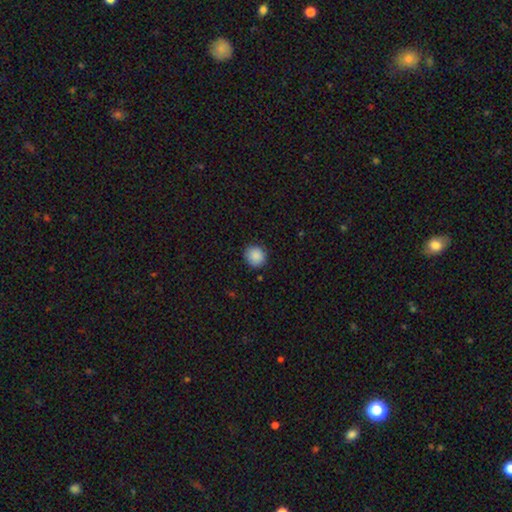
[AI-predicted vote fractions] Smooth or featured: smooth — 88% (star or artifact — 9%)
How rounded: round — 89% (in between — 10%)
Merging: none — 88% (minor disturbance — 9%)